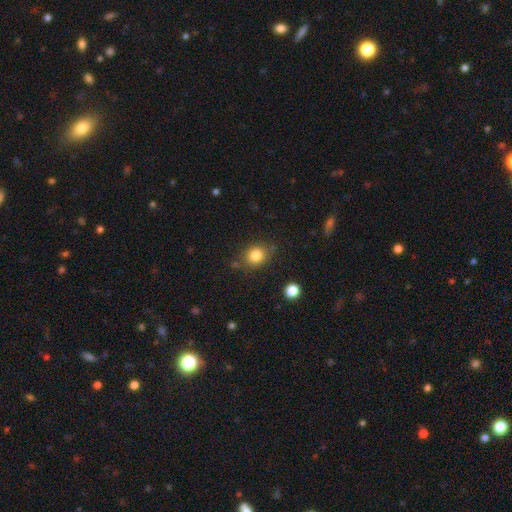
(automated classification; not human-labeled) Morphology: type=smooth (83%); roundness=round (72%); merging=none (79%).